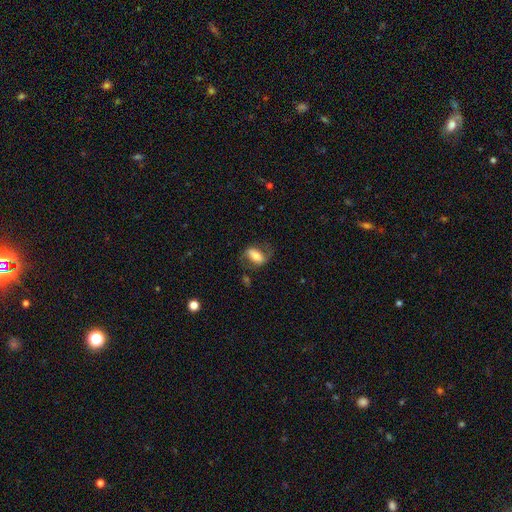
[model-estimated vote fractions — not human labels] Smooth or featured? smooth (54%)
How rounded? in between (82%)
Merging? none (61%)